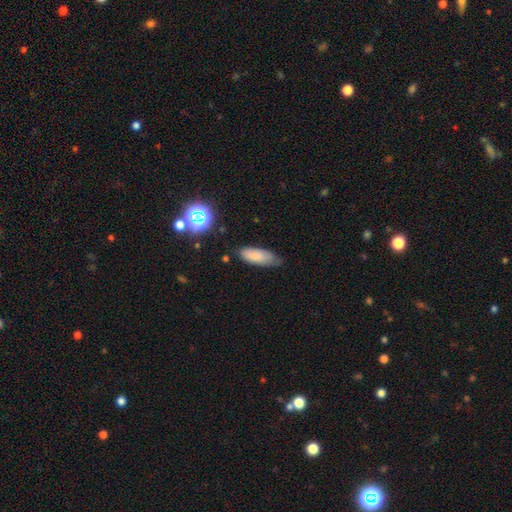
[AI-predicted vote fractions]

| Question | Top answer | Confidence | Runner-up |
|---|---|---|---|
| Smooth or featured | smooth | 81% | featured or disk (10%) |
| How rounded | in between | 70% | cigar-shaped (28%) |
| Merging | none | 60% | minor disturbance (31%) |